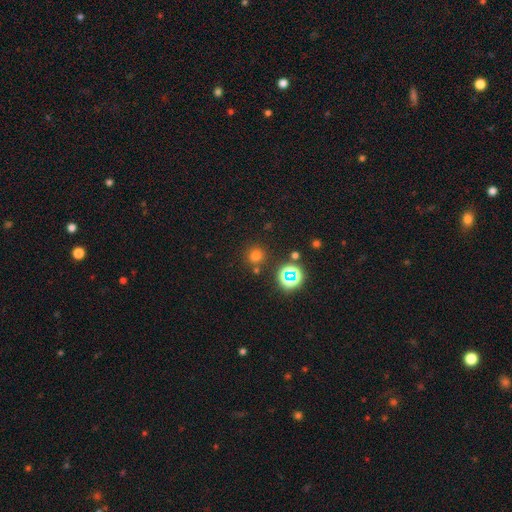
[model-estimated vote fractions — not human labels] Overall: smooth (69%). How rounded: round (92%). Merging: none (82%).